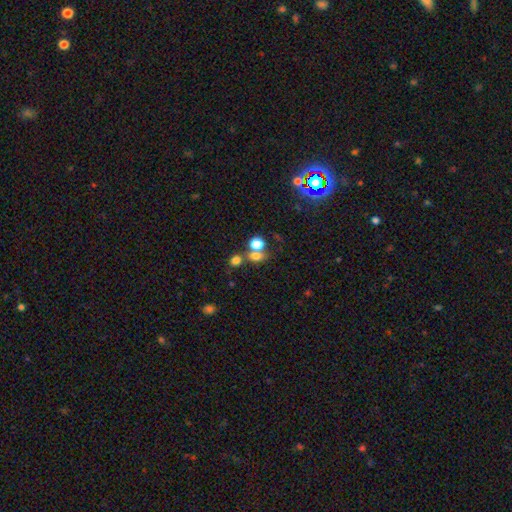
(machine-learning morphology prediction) The model was most divided on "merging": none: 48%, merger: 36%, minor disturbance: 10%, major disturbance: 6%. More confident: smooth or featured — smooth (69%); how rounded — round (56%).